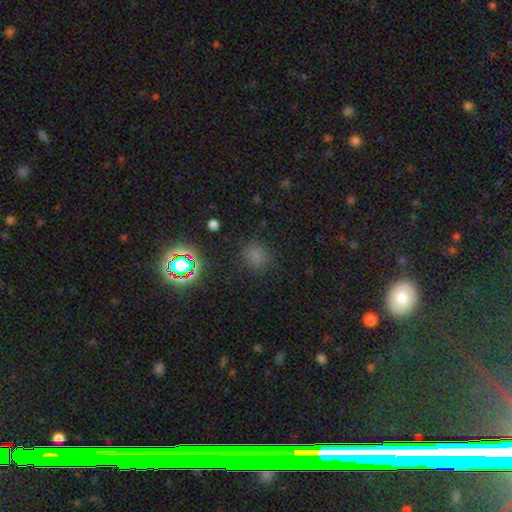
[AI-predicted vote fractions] This is likely a smooth galaxy (67%). How rounded: clearly round (83%). Merging: clearly none (82%).